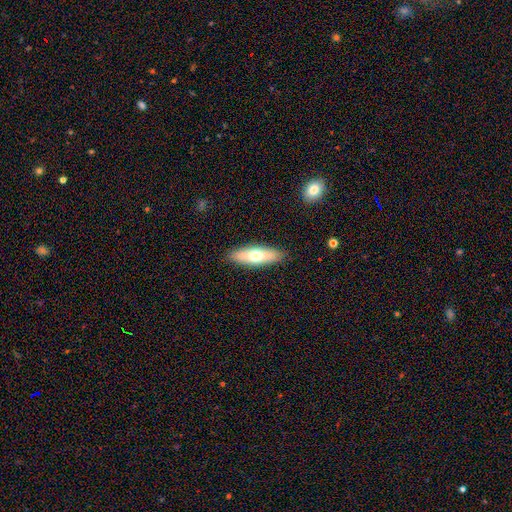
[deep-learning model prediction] smooth 62%, featured or disk 32%, star or artifact 6%. Down the decision tree: how rounded — in between (54%); merging — none (88%).